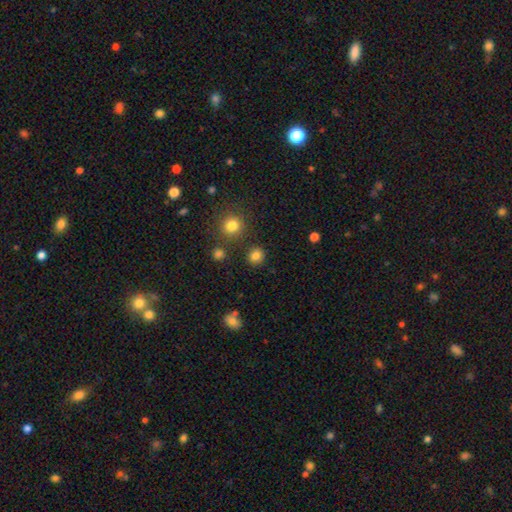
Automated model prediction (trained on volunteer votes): smooth_or_featured: smooth (p=0.82) [alt: star or artifact p=0.14]
how_rounded: round (p=0.85) [alt: in between p=0.14]
merging: none (p=0.86) [alt: minor disturbance p=0.07]